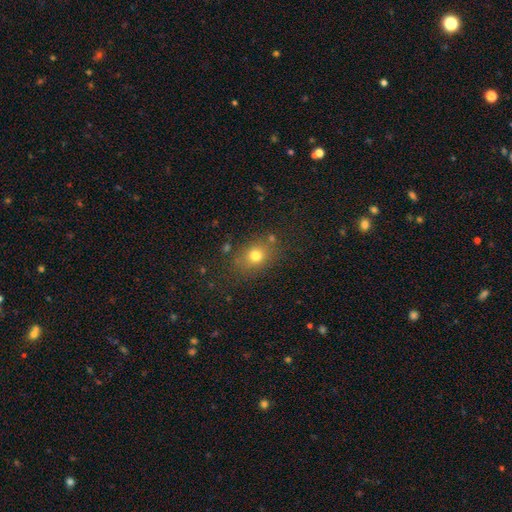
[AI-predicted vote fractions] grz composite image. It shows a smooth galaxy with no disk features (75%) that is round (51%). Merging: none (77%).